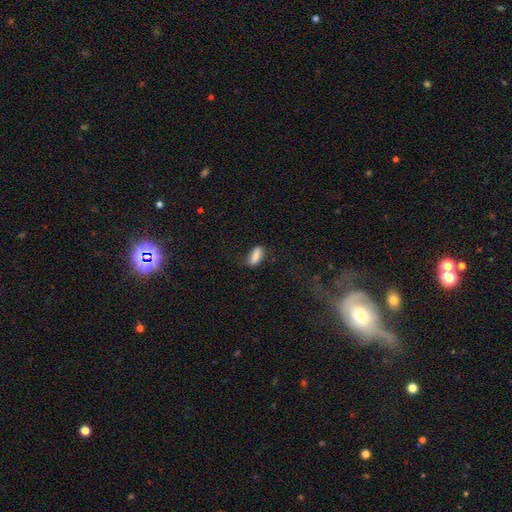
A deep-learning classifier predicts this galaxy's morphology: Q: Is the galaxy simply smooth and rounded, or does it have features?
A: smooth — 84%.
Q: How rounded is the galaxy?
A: in between — 74%.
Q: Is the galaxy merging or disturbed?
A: none — 62%.